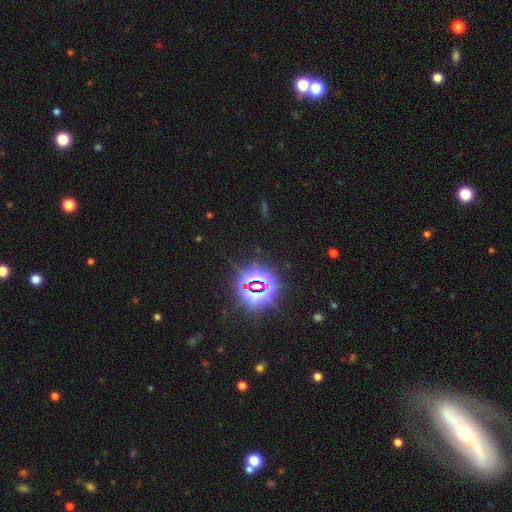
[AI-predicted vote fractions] smooth_or_featured: star or artifact (p=0.81) [alt: smooth p=0.11]